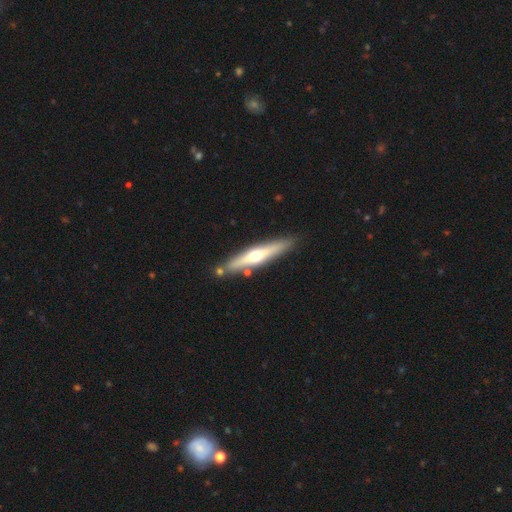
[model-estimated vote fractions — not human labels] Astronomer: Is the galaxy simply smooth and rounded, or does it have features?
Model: featured or disk — 60%.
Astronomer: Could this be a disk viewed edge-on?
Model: yes — 93%.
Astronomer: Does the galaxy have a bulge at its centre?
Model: rounded — 91%.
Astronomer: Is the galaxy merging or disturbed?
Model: none — 82%.